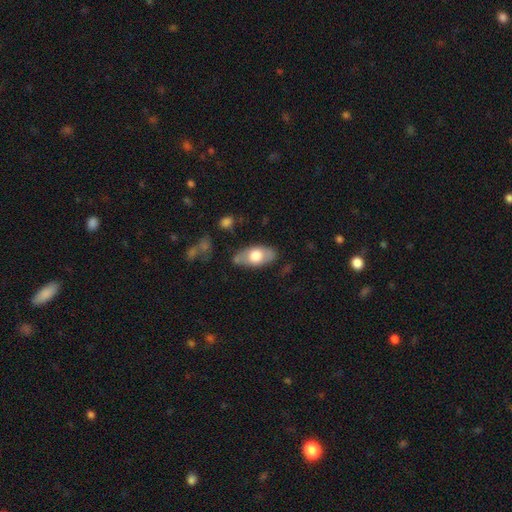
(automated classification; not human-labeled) Smooth or featured?
  - smooth: 59% *
  - featured or disk: 35%
  - star or artifact: 6%
How rounded?
  - in between: 90% *
  - cigar-shaped: 6%
  - round: 5%
Merging?
  - none: 77% *
  - minor disturbance: 16%
  - major disturbance: 4%
  - merger: 3%